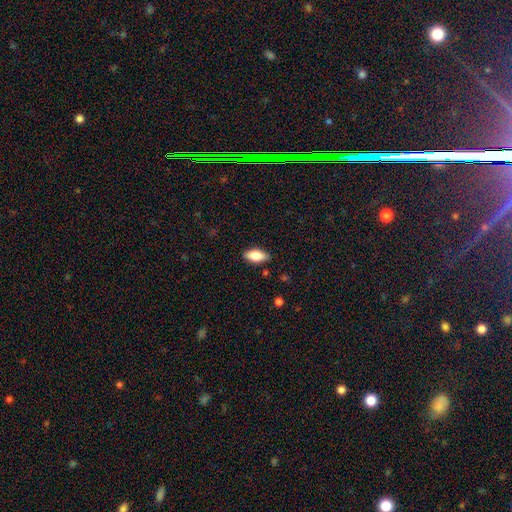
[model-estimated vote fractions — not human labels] The model was most divided on "smooth or featured": smooth: 78%, featured or disk: 15%, star or artifact: 7%. More confident: how rounded — in between (89%); merging — none (86%).